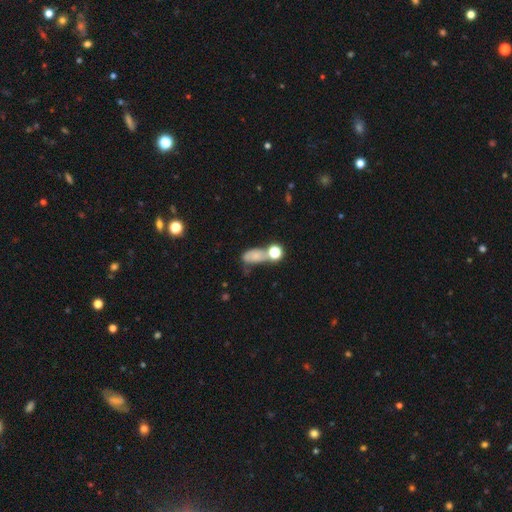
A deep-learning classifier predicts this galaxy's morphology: Smooth or featured: smooth — 64% (featured or disk — 21%)
How rounded: in between — 70% (round — 20%)
Merging: merger — 32% (tied with none — 32%)